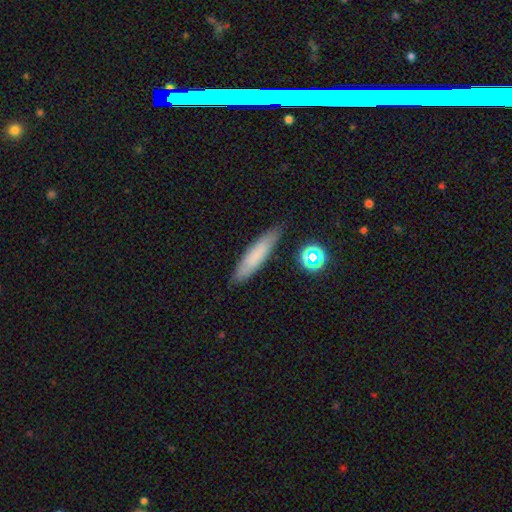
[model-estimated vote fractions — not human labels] A smooth galaxy with no disk features (74%) that is cigar-shaped (80%). Merging: none (83%).